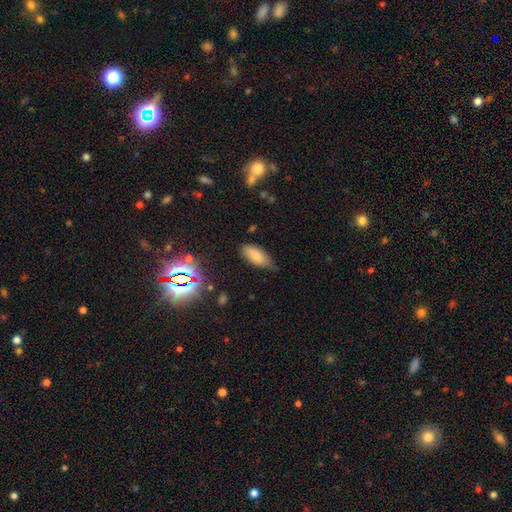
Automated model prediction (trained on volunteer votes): Smooth or featured? smooth (77%)
How rounded? in between (85%)
Merging? none (61%)